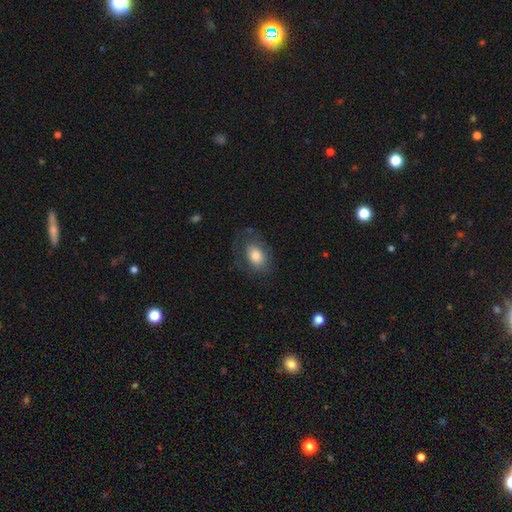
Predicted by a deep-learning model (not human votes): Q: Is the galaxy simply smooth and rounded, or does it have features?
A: smooth — 71%.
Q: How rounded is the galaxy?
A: in between — 84%.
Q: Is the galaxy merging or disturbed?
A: none — 61%.